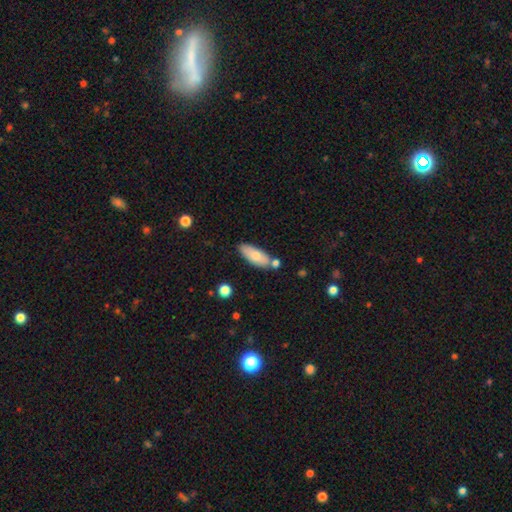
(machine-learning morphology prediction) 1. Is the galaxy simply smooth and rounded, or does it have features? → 76% smooth, 18% featured or disk, 6% star or artifact.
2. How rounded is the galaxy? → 76% in between, 22% cigar-shaped, 2% round.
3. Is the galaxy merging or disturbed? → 67% none, 18% minor disturbance, 12% merger, 3% major disturbance.